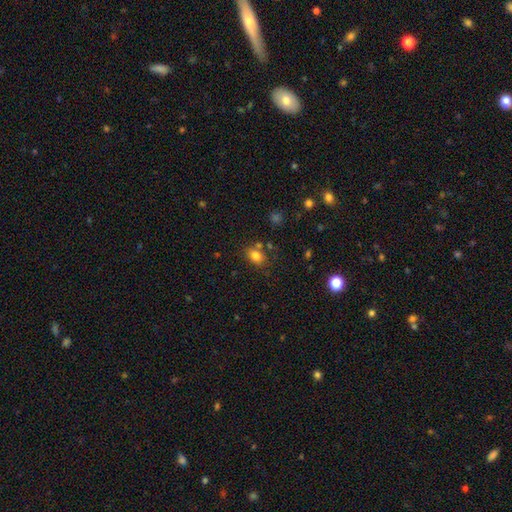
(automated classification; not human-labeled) This is likely a smooth galaxy (80%). How rounded: likely in between (63%). Merging: likely none (70%).